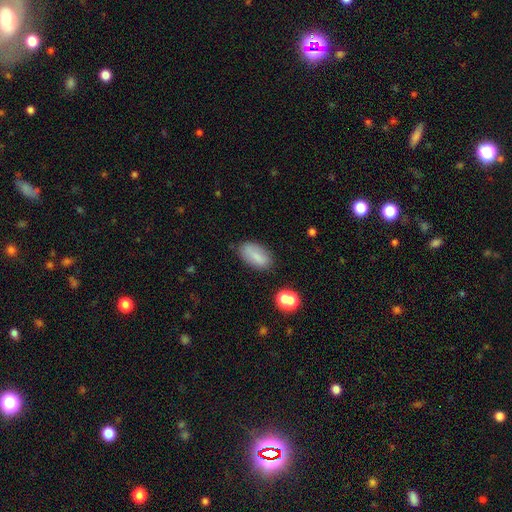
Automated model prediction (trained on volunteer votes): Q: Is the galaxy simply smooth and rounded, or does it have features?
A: smooth — 79%.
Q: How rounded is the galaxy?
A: in between — 90%.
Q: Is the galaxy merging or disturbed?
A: none — 78%.